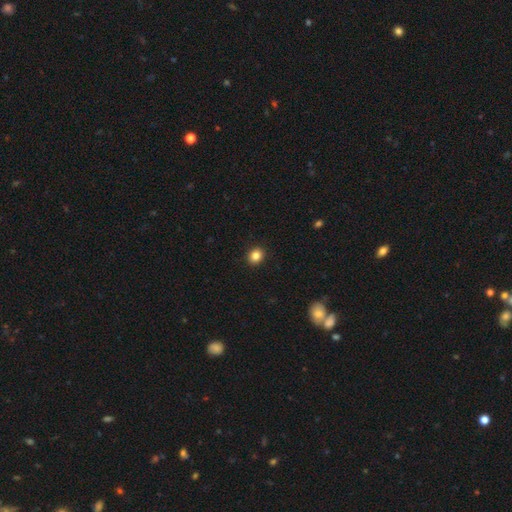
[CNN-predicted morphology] Overall: smooth (85%). How rounded: round (68%; in between 31%). Merging: none (92%).